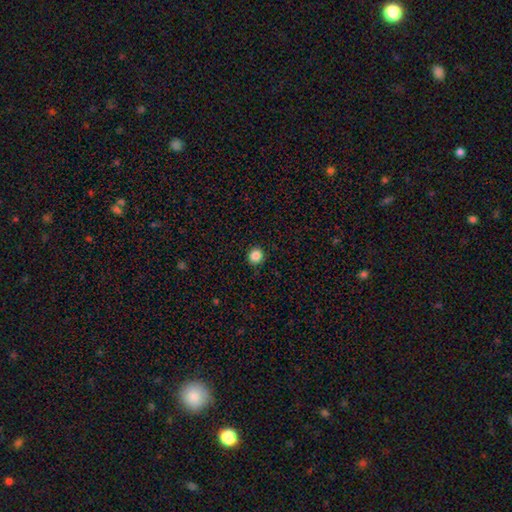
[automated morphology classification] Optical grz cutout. It shows a smooth galaxy with no disk features (86%) that is round (89%). Merging: none (91%).